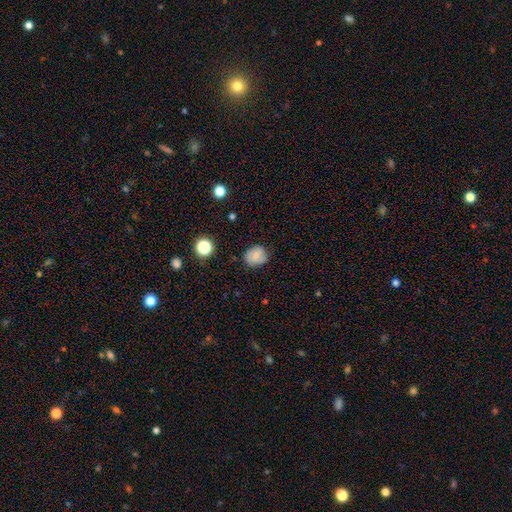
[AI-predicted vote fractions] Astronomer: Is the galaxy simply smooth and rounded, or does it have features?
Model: smooth — 69%.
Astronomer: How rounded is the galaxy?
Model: round — 66%.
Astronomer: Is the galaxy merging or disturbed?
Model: none — 72%.